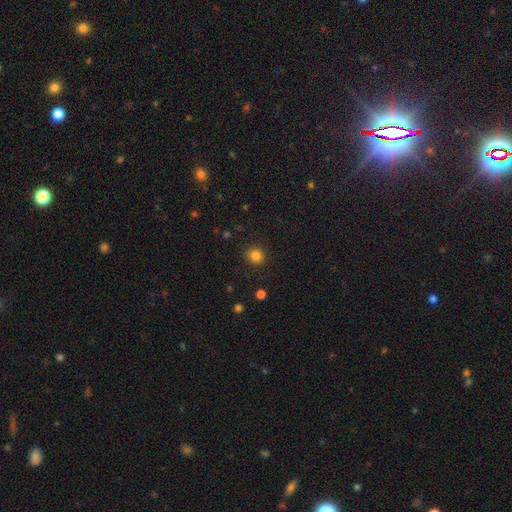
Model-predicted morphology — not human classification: This is clearly a smooth galaxy (83%). How rounded: clearly round (89%). Merging: clearly none (88%).